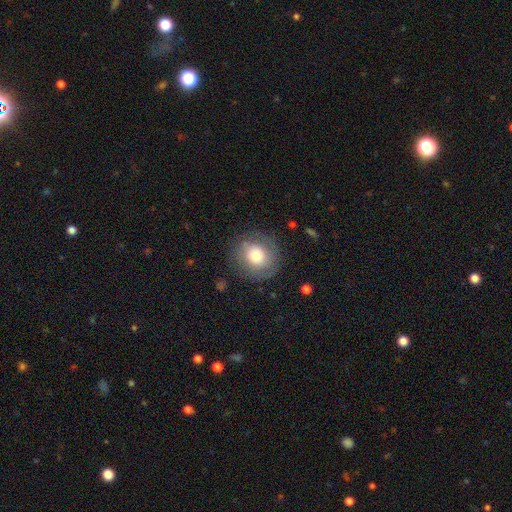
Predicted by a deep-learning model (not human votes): The model was most divided on "smooth or featured": smooth: 68%, featured or disk: 23%, star or artifact: 9%. More confident: how rounded — round (90%); merging — none (81%).